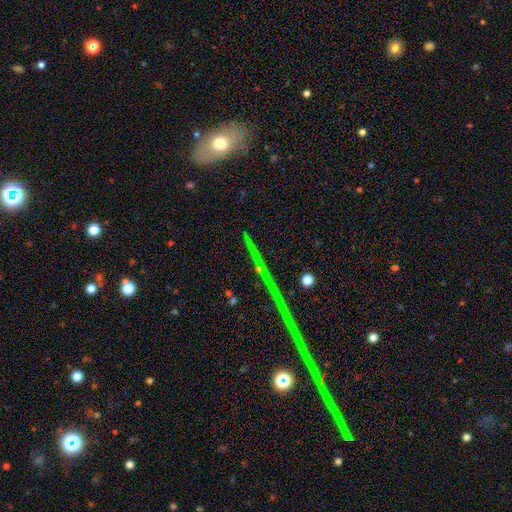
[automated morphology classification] Smooth or featured? Predicted: star or artifact (p=0.64).